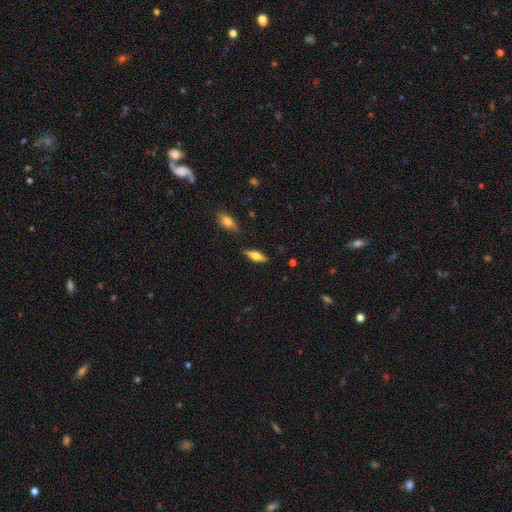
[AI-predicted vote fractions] This appears to be a smooth galaxy with no disk features (52%) that is in between round and cigar-shaped (57%). Merging: none (83%).